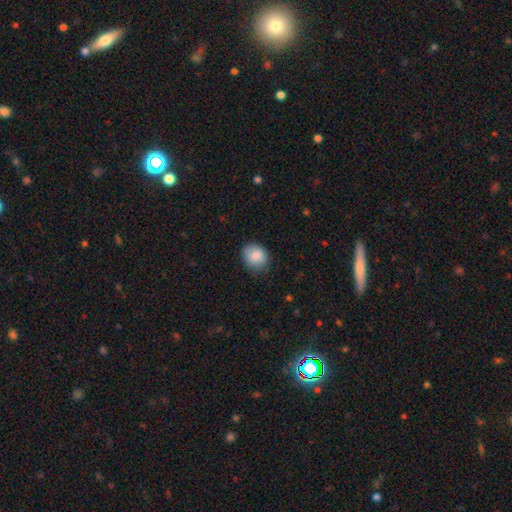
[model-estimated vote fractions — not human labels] Smooth or featured?
  - smooth: 85% *
  - featured or disk: 8%
  - star or artifact: 8%
How rounded?
  - round: 61% *
  - in between: 38%
  - cigar-shaped: 1%
Merging?
  - none: 76% *
  - minor disturbance: 19%
  - major disturbance: 4%
  - merger: 1%